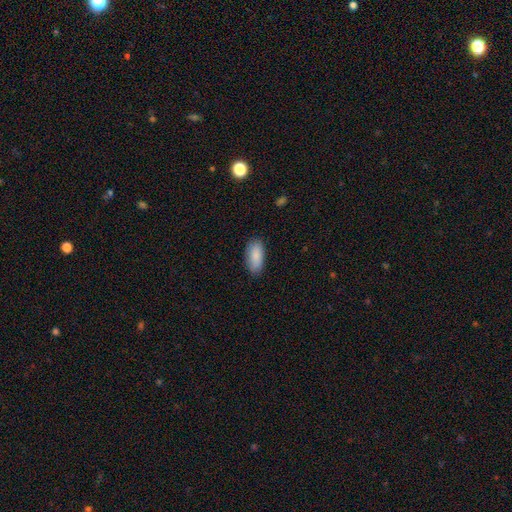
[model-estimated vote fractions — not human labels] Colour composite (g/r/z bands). It shows a smooth galaxy with no disk features (88%) that is in between round and cigar-shaped (90%). Merging: none (84%).